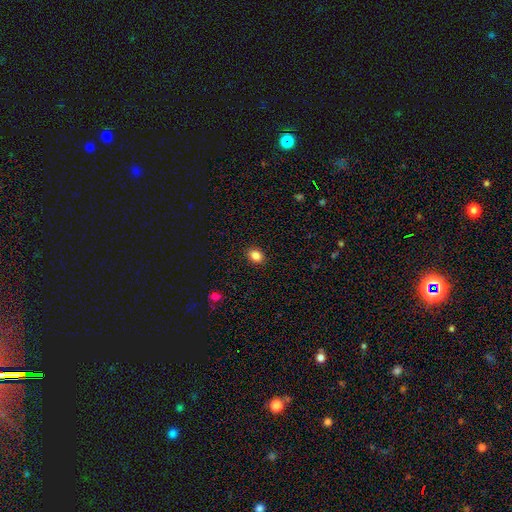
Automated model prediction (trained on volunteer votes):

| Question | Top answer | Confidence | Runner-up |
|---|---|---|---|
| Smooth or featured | smooth | 86% | star or artifact (10%) |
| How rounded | in between | 63% | round (36%) |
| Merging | none | 89% | minor disturbance (8%) |